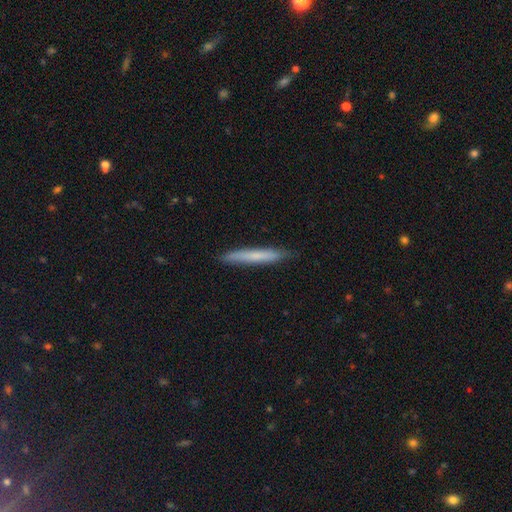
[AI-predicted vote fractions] A smooth galaxy with no disk features (67%) that is cigar-shaped (96%).

Vote fractions:
- Smooth or featured? smooth: 67% / featured or disk: 27% / star or artifact: 6%
- How rounded? cigar-shaped: 96% / in between: 3% / round: 1%
- Merging? none: 87% / minor disturbance: 10% / major disturbance: 2% / merger: 1%